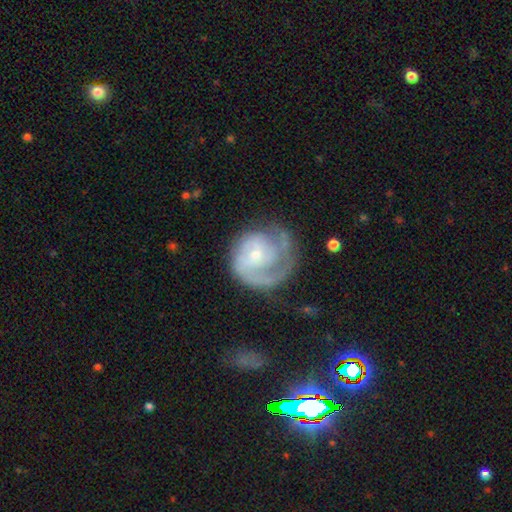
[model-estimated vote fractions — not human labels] Smooth or featured? Predicted: featured or disk (p=0.72). Edge-on disk? Predicted: no (p=0.98). Bar? Predicted: no (p=0.67). Spiral arms? Predicted: yes (p=0.85). Spiral winding? Predicted: tight (p=0.51). Spiral arm count? Predicted: 1 (p=0.36). Bulge size? Predicted: small (p=0.64). Merging? Predicted: none (p=0.51).